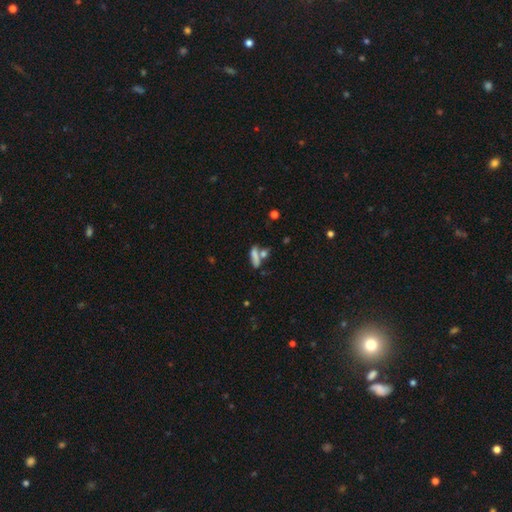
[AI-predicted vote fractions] Smooth or featured? Predicted: smooth (p=0.71). How rounded? Predicted: cigar-shaped (p=0.51). Merging? Predicted: none (p=0.42).